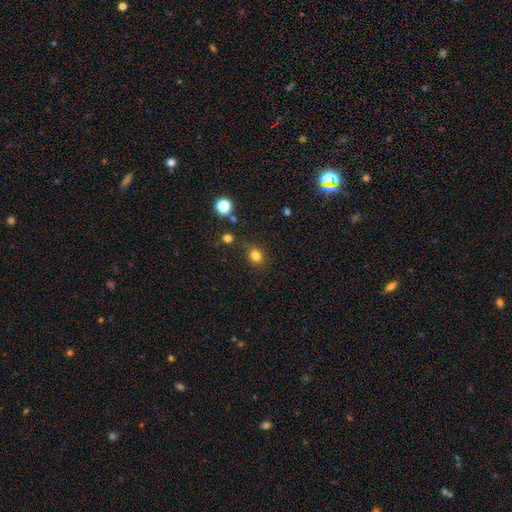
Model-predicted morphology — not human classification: This is clearly a smooth galaxy (81%). How rounded: likely round (69%). Merging: clearly none (80%).